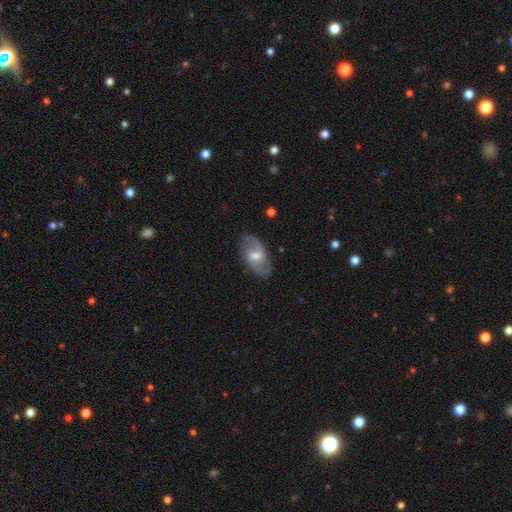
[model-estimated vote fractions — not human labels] The model was most divided on "smooth or featured": featured or disk: 58%, smooth: 35%, star or artifact: 6%. More confident: edge-on disk — no (91%); merging — none (82%); spiral arms — yes (71%); bulge size — moderate (64%); bar — weak (54%).